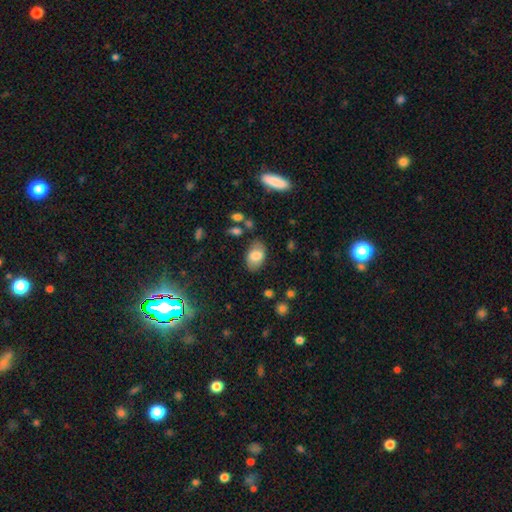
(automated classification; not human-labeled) Smooth or featured? smooth (75%)
How rounded? in between (90%)
Merging? none (77%)